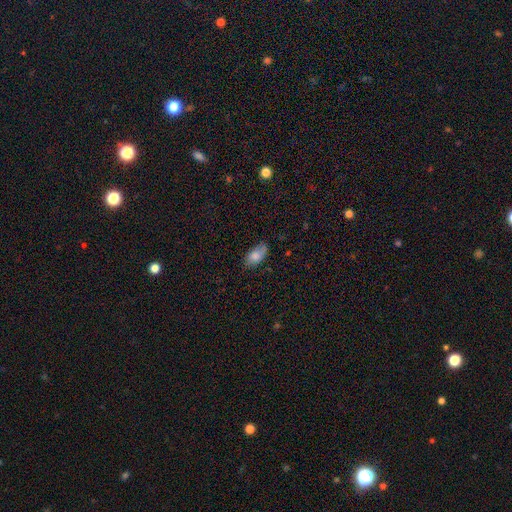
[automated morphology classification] This is likely a smooth galaxy (79%). How rounded: clearly in between (92%). Merging: likely none (67%).